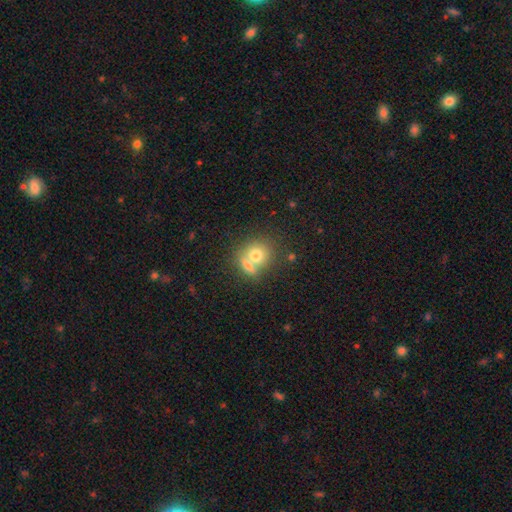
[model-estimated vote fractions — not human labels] Smooth or featured: smooth — 73% (featured or disk — 18%)
How rounded: round — 80% (in between — 19%)
Merging: merger — 45% (none — 41%)